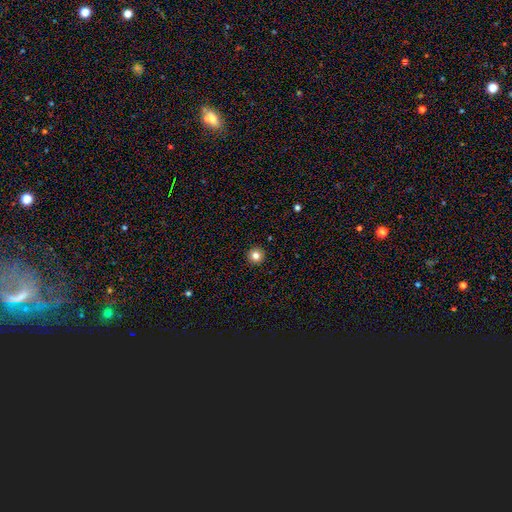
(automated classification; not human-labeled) This is clearly a smooth galaxy (82%). How rounded: clearly round (96%). Merging: clearly none (94%).